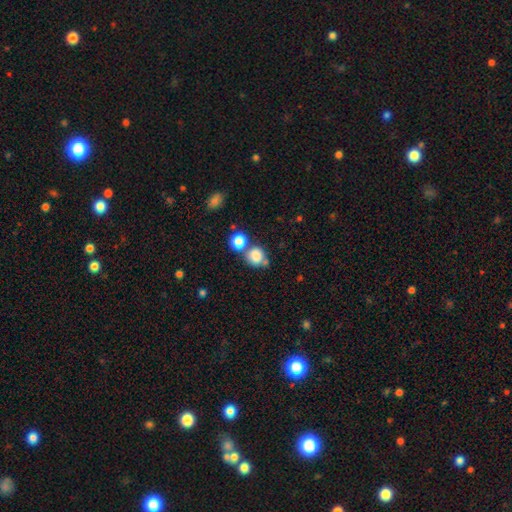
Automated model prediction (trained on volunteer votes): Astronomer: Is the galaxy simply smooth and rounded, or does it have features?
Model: smooth — 82%.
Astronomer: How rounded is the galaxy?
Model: round — 81%.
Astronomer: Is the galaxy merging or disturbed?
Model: none — 51% (runner-up: merger, 32%).